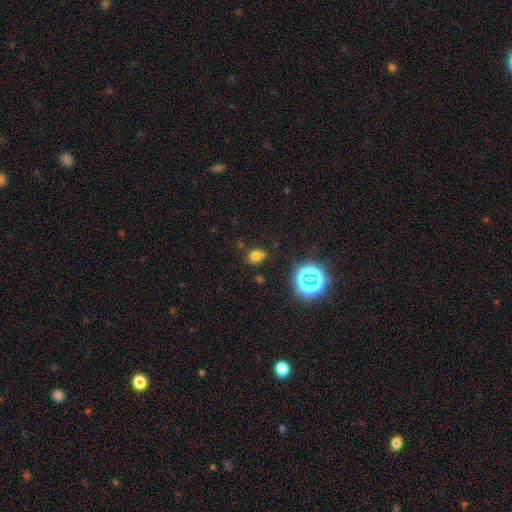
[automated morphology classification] Smooth or featured? Predicted: smooth (p=0.68). How rounded? Predicted: in between (p=0.60). Merging? Predicted: none (p=0.74).